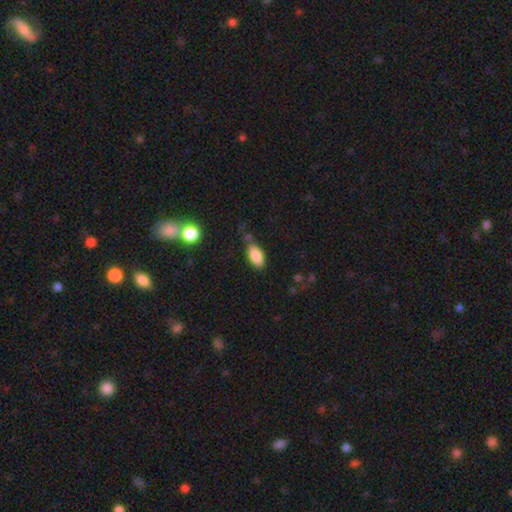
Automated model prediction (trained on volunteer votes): A smooth galaxy with no disk features (86%) that is in between round and cigar-shaped (91%).

Vote fractions:
- Smooth or featured? smooth: 86% / star or artifact: 8% / featured or disk: 6%
- How rounded? in between: 91% / cigar-shaped: 6% / round: 3%
- Merging? none: 70% / minor disturbance: 20% / merger: 6% / major disturbance: 4%